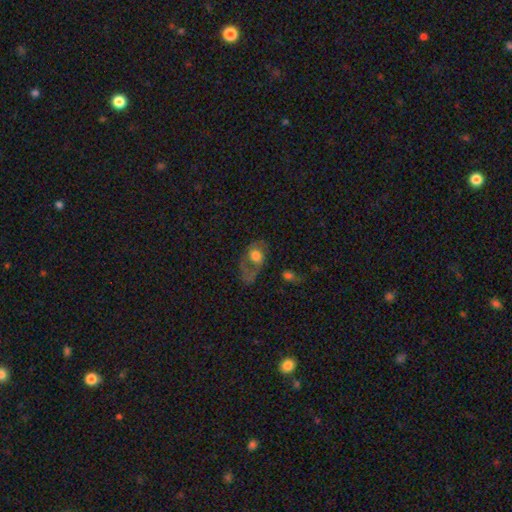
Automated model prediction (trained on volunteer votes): Q: Smooth or featured?
A: smooth (46%); runner-up: featured or disk (44%)
Q: Merging?
A: major disturbance (41%); runner-up: none (32%)